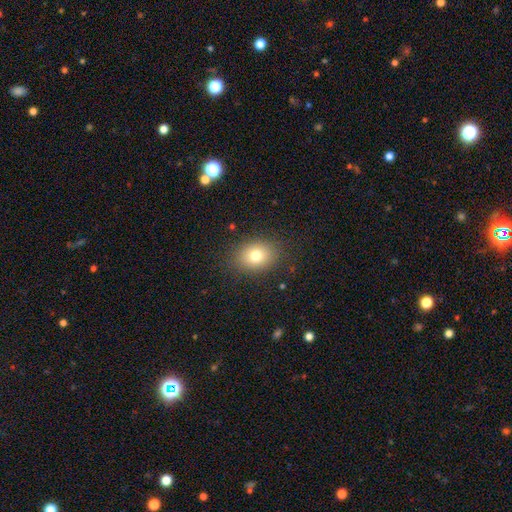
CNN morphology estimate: Smooth or featured?
  - smooth: 77% *
  - star or artifact: 12%
  - featured or disk: 11%
How rounded?
  - in between: 59% *
  - round: 40%
  - cigar-shaped: 1%
Merging?
  - none: 86% *
  - minor disturbance: 10%
  - major disturbance: 4%
  - merger: 1%